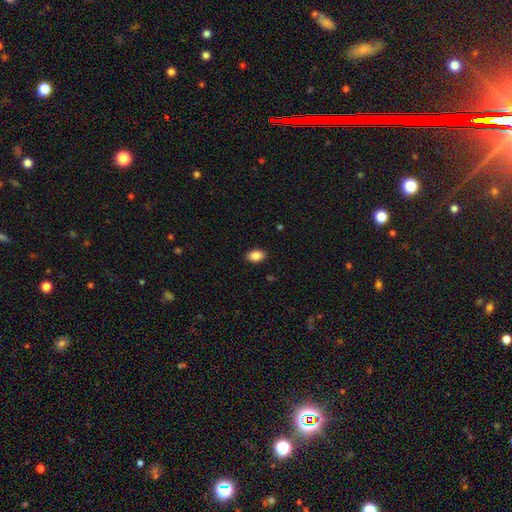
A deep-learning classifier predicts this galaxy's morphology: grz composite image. It shows a smooth galaxy with no disk features (87%) that is in between round and cigar-shaped (85%). Merging: none (89%).